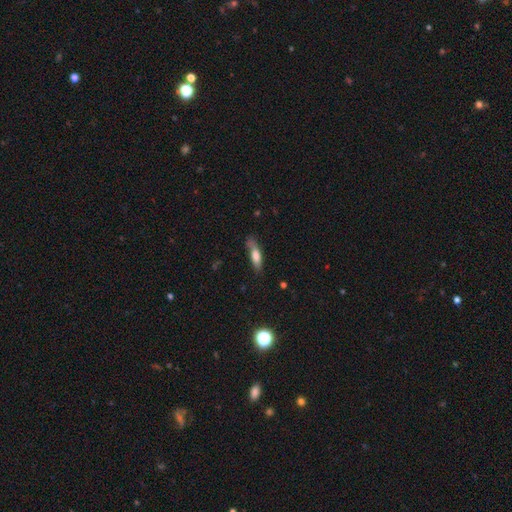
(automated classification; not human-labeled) The model was most divided on "how rounded": cigar-shaped: 55%, in between: 43%, round: 2%. More confident: smooth or featured — smooth (70%); merging — none (57%).